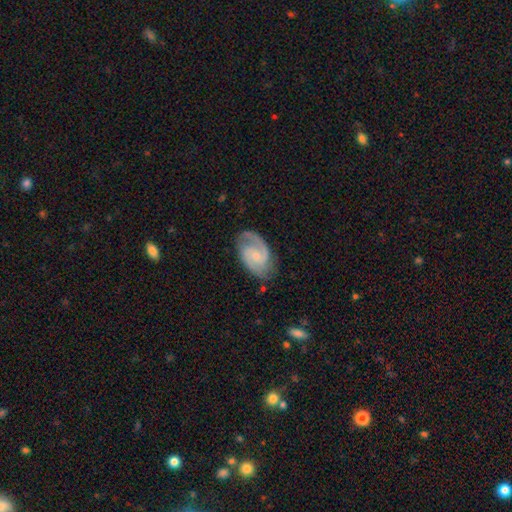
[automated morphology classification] The model was most divided on "bar": no: 47%, weak: 45%, strong: 8%. More confident: edge-on disk — no (97%); spiral arms — yes (97%); spiral arm count — 2 (89%); smooth or featured — featured or disk (86%); merging — none (76%); bulge size — small (63%); spiral winding — medium (54%).